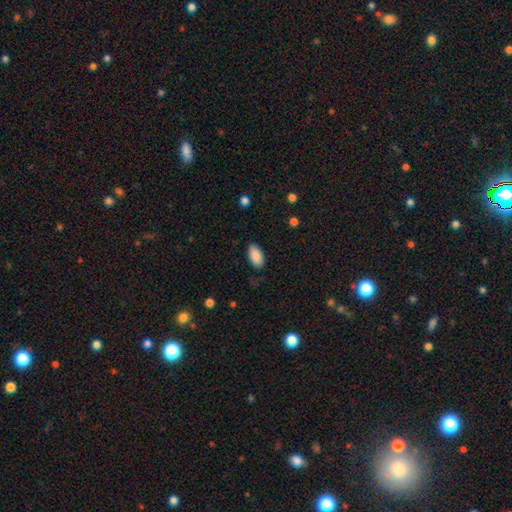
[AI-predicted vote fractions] A smooth galaxy with no disk features (89%) that is in between round and cigar-shaped (94%). Merging: none (83%).